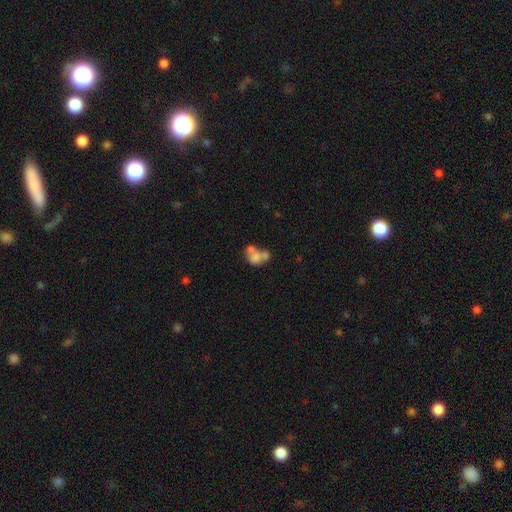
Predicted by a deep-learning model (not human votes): smooth-or-featured: smooth: 59% | featured or disk: 30% | star or artifact: 11%
  how-rounded: in between: 57% | round: 42% | cigar-shaped: 1%
  merging: merger: 58% | none: 21% | major disturbance: 10% | minor disturbance: 10%